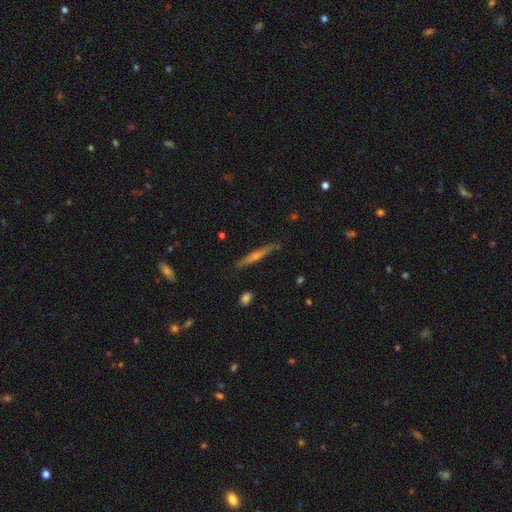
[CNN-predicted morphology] featured or disk 59%, smooth 33%, star or artifact 7%. Down the decision tree: edge-on disk — yes (96%); edge-on bulge — rounded (61%); merging — none (85%).